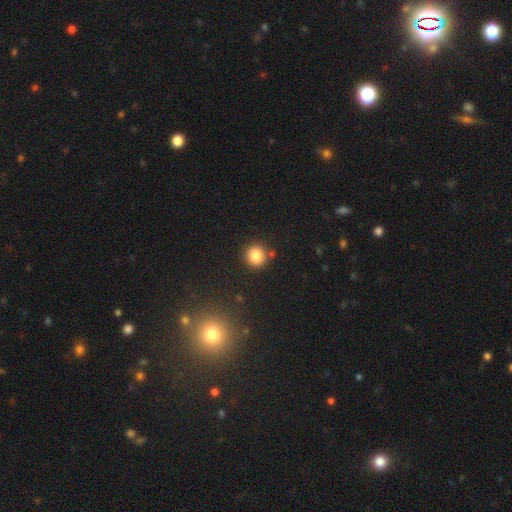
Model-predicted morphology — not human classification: This appears to be a smooth galaxy with no disk features (84%) that is round (89%). Merging: none (85%).